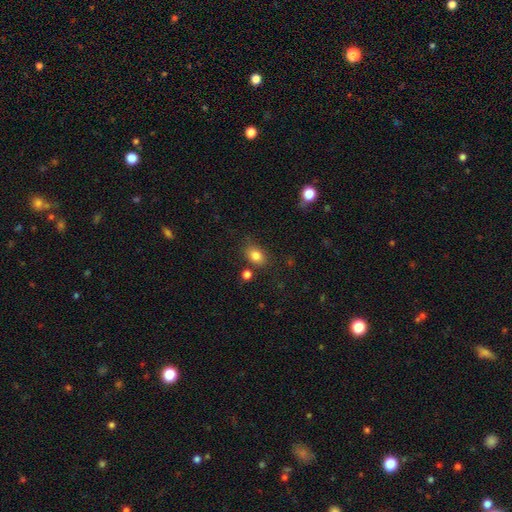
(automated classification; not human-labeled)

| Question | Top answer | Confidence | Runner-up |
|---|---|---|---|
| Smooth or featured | smooth | 83% | star or artifact (10%) |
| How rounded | in between | 74% | round (25%) |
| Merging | none | 75% | minor disturbance (14%) |